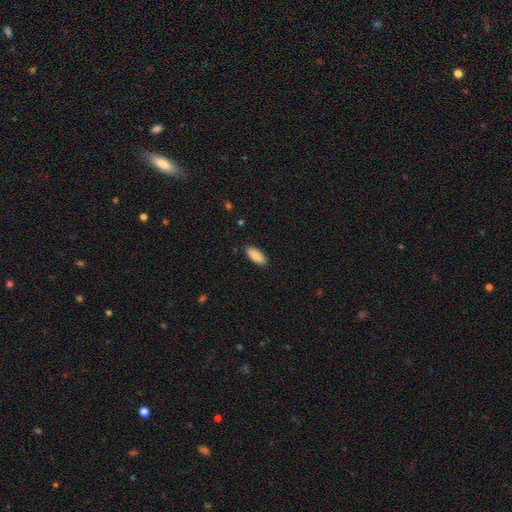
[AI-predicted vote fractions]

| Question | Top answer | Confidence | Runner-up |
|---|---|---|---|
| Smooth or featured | smooth | 86% | featured or disk (8%) |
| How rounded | in between | 87% | cigar-shaped (12%) |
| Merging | none | 88% | minor disturbance (9%) |